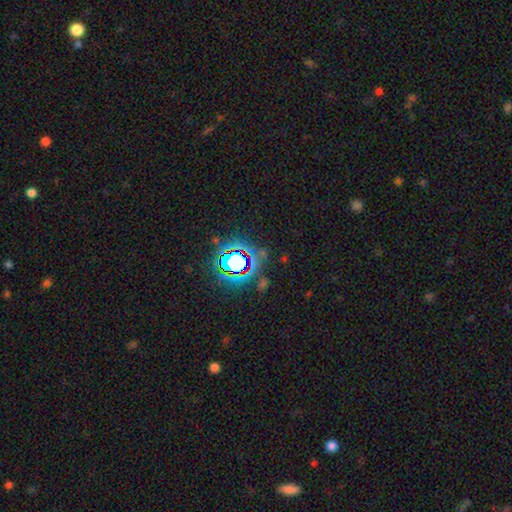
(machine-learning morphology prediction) A star or artifact, not a galaxy (83%).